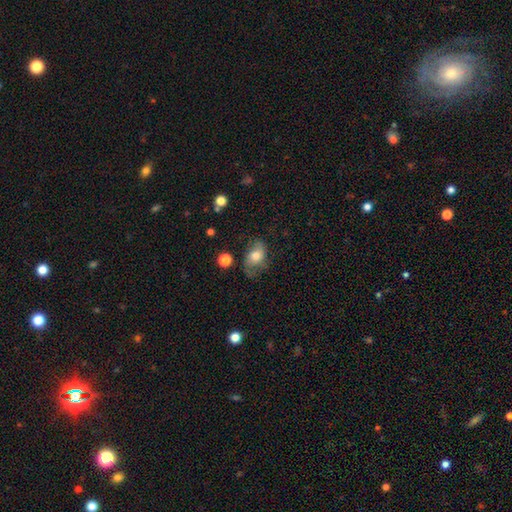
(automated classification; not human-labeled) Overall: smooth (62%; featured or disk 29%). How rounded: in between (79%). Merging: none (52%; minor disturbance 28%).